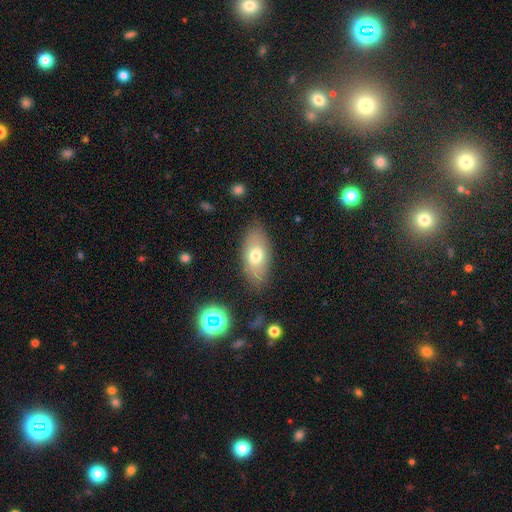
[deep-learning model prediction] smooth 69%, featured or disk 22%, star or artifact 9%. Down the decision tree: how rounded — in between (89%); merging — none (79%).